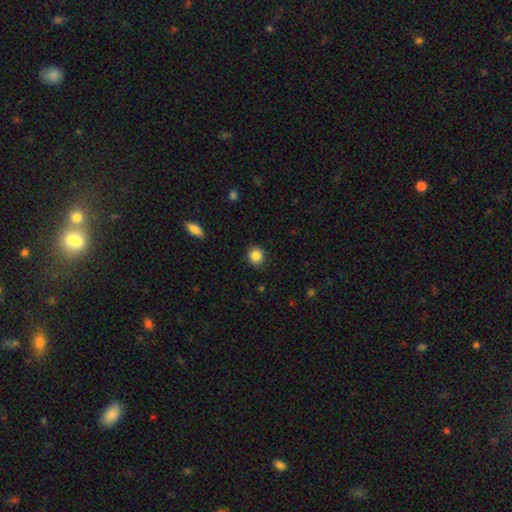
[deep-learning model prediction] This is clearly a smooth galaxy (85%). How rounded: clearly round (89%). Merging: clearly none (90%).